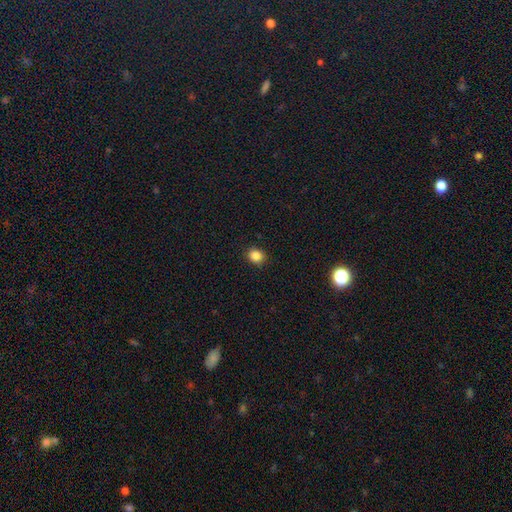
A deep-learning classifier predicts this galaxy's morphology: smooth_or_featured: smooth (p=0.85) [alt: star or artifact p=0.11]
how_rounded: round (p=0.73) [alt: in between p=0.26]
merging: none (p=0.88) [alt: minor disturbance p=0.09]